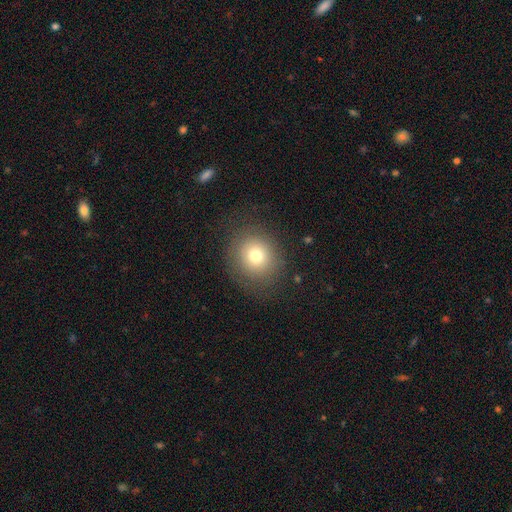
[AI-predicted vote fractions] Q: Smooth or featured?
A: smooth (74%); runner-up: star or artifact (14%)
Q: How rounded?
A: round (86%); runner-up: in between (14%)
Q: Merging?
A: none (84%); runner-up: minor disturbance (10%)